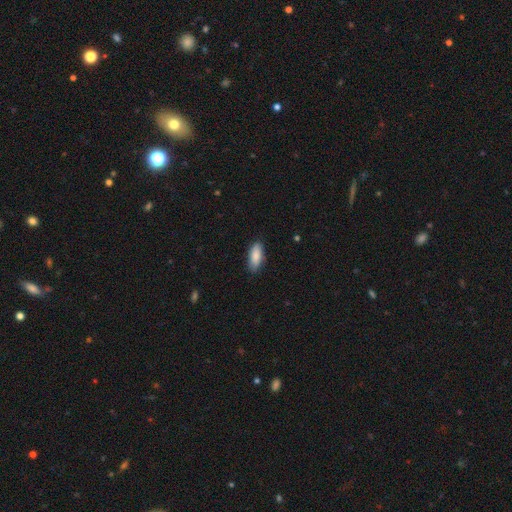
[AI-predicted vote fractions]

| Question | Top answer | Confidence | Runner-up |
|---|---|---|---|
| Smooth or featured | smooth | 86% | featured or disk (8%) |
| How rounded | in between | 78% | cigar-shaped (20%) |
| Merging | none | 85% | minor disturbance (12%) |